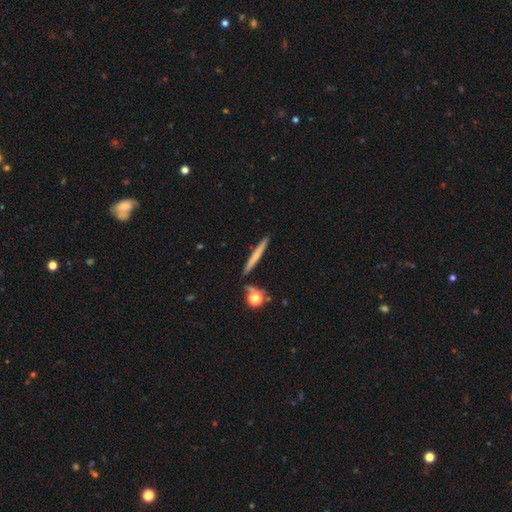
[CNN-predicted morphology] Q: Smooth or featured?
A: smooth (59%); runner-up: featured or disk (34%)
Q: How rounded?
A: cigar-shaped (95%); runner-up: in between (3%)
Q: Merging?
A: none (87%); runner-up: minor disturbance (8%)